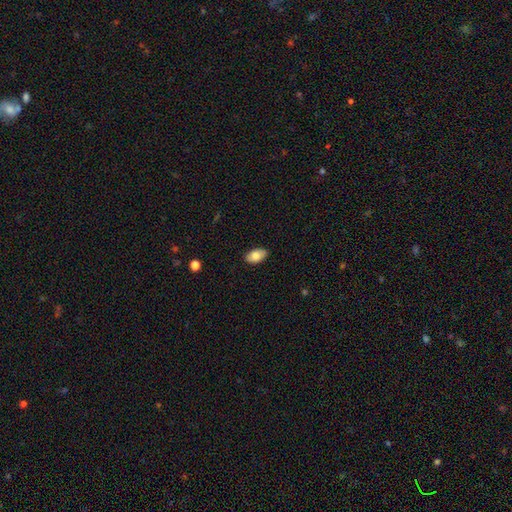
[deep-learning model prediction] Q: Smooth or featured?
A: smooth (83%); runner-up: featured or disk (10%)
Q: How rounded?
A: in between (94%); runner-up: round (4%)
Q: Merging?
A: none (86%); runner-up: minor disturbance (11%)